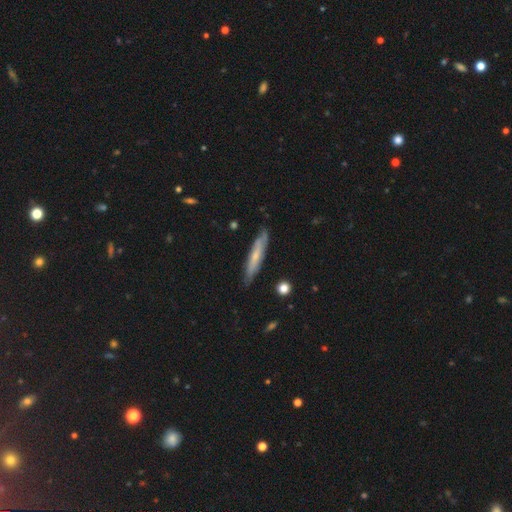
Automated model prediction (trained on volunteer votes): This appears to be a smooth galaxy with no disk features (49%). Merging: none (82%).